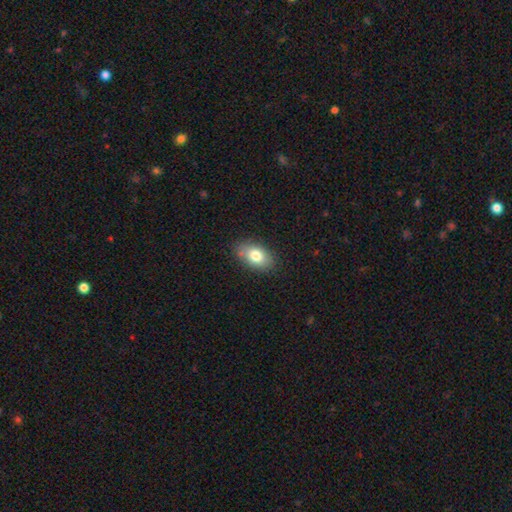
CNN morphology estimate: smooth-or-featured: smooth: 79% | featured or disk: 13% | star or artifact: 8%
  how-rounded: in between: 89% | round: 10% | cigar-shaped: 2%
  merging: none: 81% | minor disturbance: 14% | major disturbance: 3% | merger: 2%